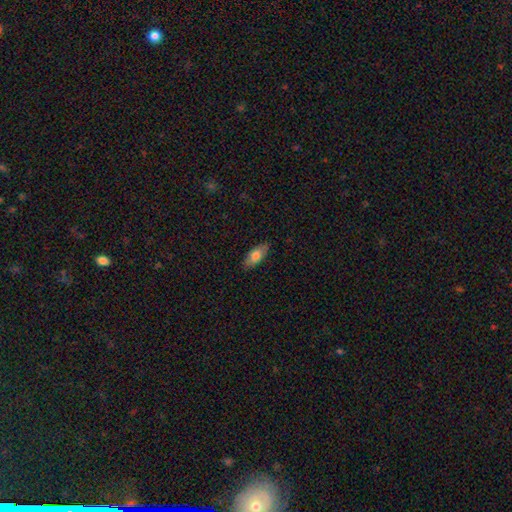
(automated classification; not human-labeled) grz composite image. It shows a smooth galaxy with no disk features (75%) that is in between round and cigar-shaped (82%). Merging: none (86%).